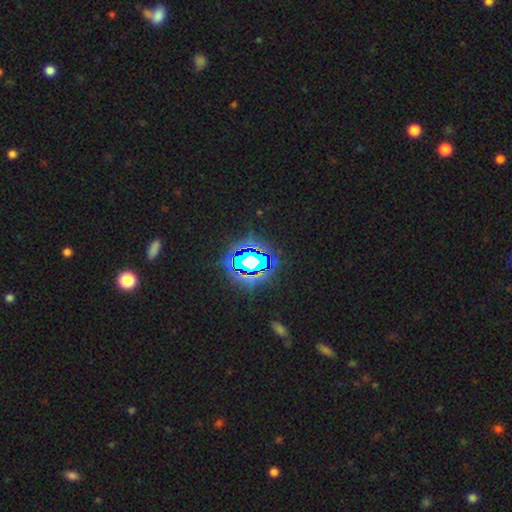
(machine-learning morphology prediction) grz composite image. It shows a star or artifact, not a galaxy (74%).